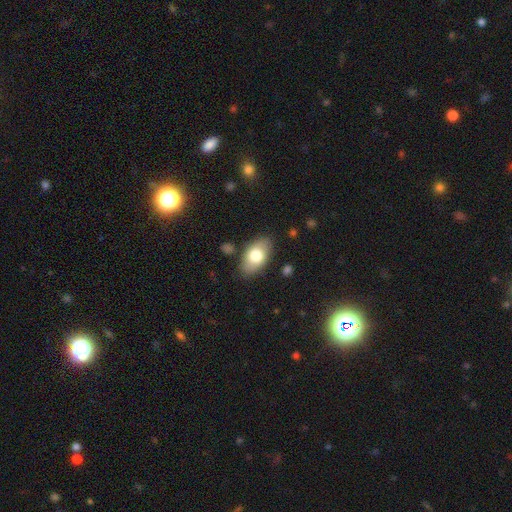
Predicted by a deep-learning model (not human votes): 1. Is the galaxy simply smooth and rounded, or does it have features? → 73% smooth, 21% featured or disk, 6% star or artifact.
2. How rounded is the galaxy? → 93% in between, 5% round, 2% cigar-shaped.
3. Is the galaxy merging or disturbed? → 83% none, 12% minor disturbance, 3% major disturbance, 2% merger.